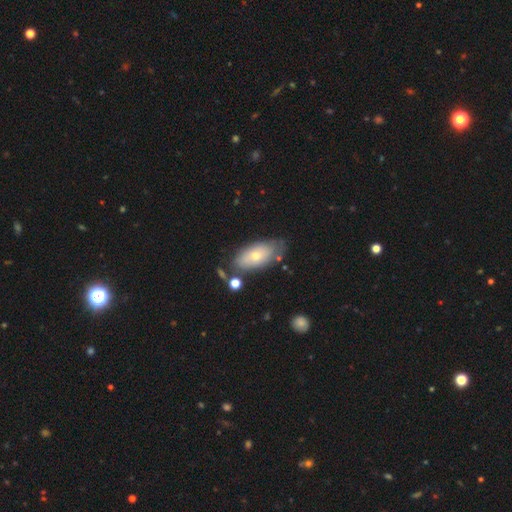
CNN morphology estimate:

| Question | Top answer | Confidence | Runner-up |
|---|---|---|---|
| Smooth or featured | smooth | 58% | featured or disk (35%) |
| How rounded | in between | 89% | cigar-shaped (7%) |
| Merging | none | 64% | minor disturbance (22%) |